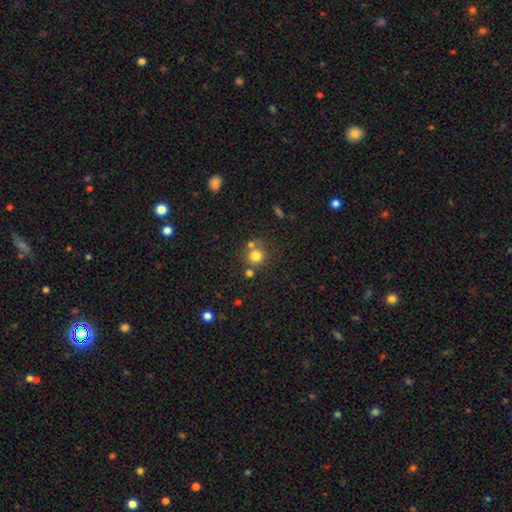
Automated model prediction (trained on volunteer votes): A smooth galaxy with no disk features (76%) that is round (89%). Merging: none (61%).